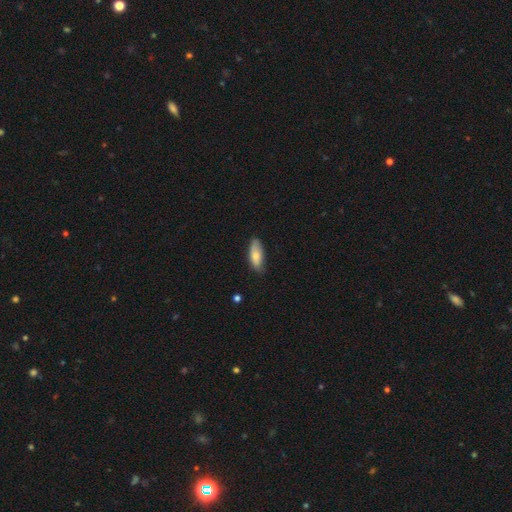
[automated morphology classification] smooth 78%, featured or disk 16%, star or artifact 6%. Down the decision tree: how rounded — in between (74%); merging — none (72%).